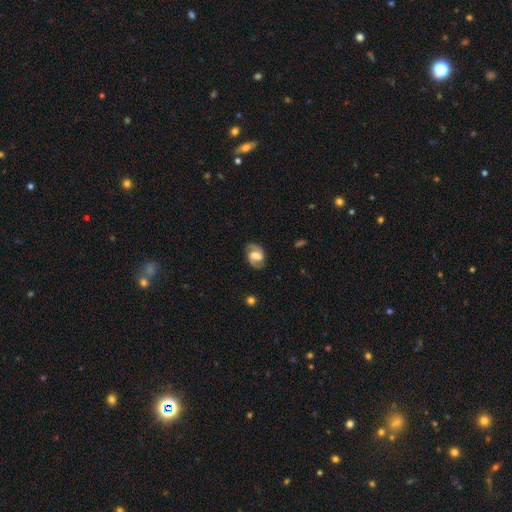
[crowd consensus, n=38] A featured or disk galaxy (82%) with a weak bar (48%), 2 (97%) medium (57%) spiral arms (97%) and a moderate central bulge (35%).

Vote fractions:
- Smooth or featured? featured or disk: 82% / smooth: 11% / star or artifact: 8%
- Edge-on disk? no: 100% / yes: 0%
- Bar? weak: 48% / strong: 35% / no: 16%
- Spiral arms? yes: 97% / no: 3%
- Spiral winding? medium: 57% / loose: 27% / tight: 17%
- Spiral arm count? 2: 97% / more than 4: 3% / 1: 0% / 3: 0% / 4: 0% / can't tell: 0%
- Bulge size? moderate: 35% / large: 29% / small: 16% / none: 16% / dominant: 3%
- Merging? none: 86% / minor disturbance: 11% / major disturbance: 3% / merger: 0%